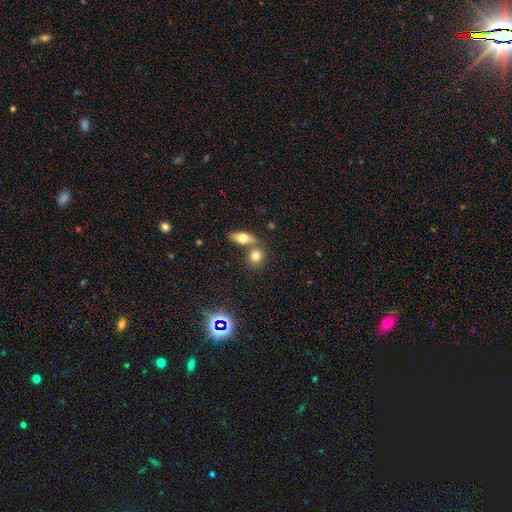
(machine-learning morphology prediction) smooth_or_featured: smooth (p=0.76) [alt: featured or disk p=0.14]
how_rounded: round (p=0.58) [alt: in between p=0.38]
merging: none (p=0.52) [alt: merger p=0.36]